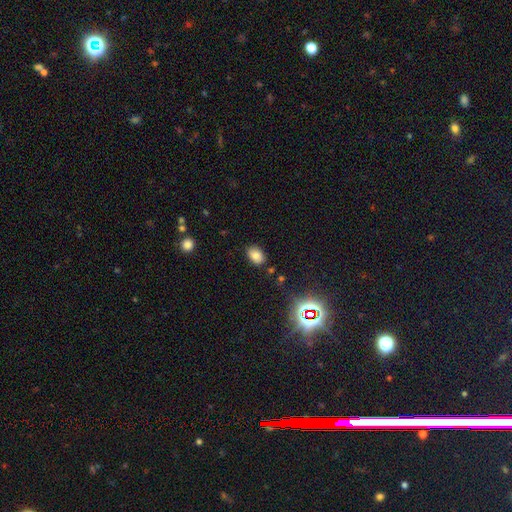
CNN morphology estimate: The model was most divided on "smooth or featured": smooth: 78%, star or artifact: 14%, featured or disk: 9%. More confident: merging — none (82%); how rounded — in between (82%).